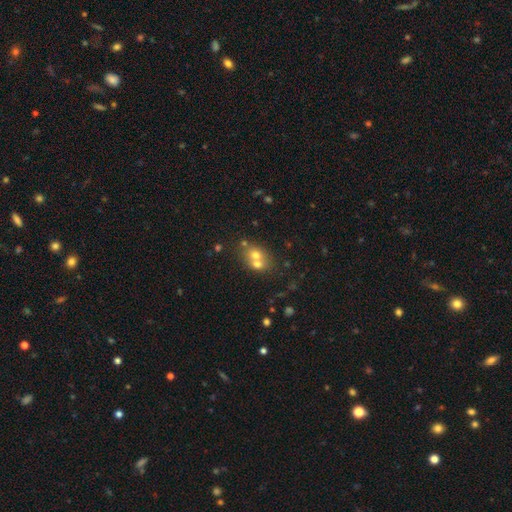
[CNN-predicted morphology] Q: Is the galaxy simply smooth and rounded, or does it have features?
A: smooth — 62%.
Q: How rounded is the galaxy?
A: round — 61%.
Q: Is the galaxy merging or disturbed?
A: merger — 59%.